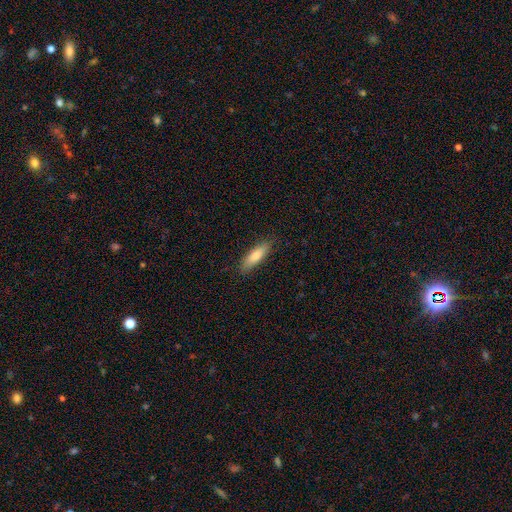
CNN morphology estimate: A smooth galaxy with no disk features (78%) that is cigar-shaped (64%).

Vote fractions:
- Smooth or featured? smooth: 78% / featured or disk: 16% / star or artifact: 6%
- How rounded? cigar-shaped: 64% / in between: 35% / round: 2%
- Merging? none: 86% / minor disturbance: 11% / major disturbance: 2% / merger: 1%